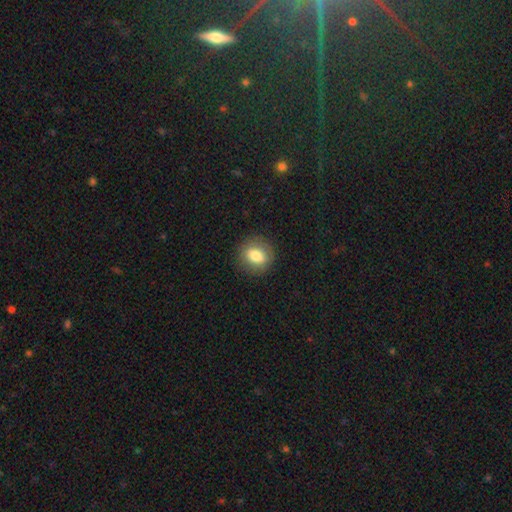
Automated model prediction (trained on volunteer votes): Smooth or featured? smooth (78%)
How rounded? round (64%)
Merging? none (87%)